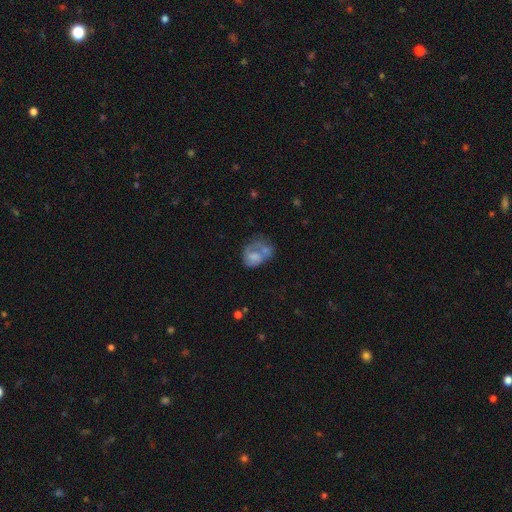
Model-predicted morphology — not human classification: A smooth galaxy with no disk features (52%) that is in between round and cigar-shaped (62%).

Vote fractions:
- Smooth or featured? smooth: 52% / featured or disk: 38% / star or artifact: 10%
- How rounded? in between: 62% / round: 36% / cigar-shaped: 1%
- Merging? merger: 41% / major disturbance: 23% / none: 20% / minor disturbance: 16%